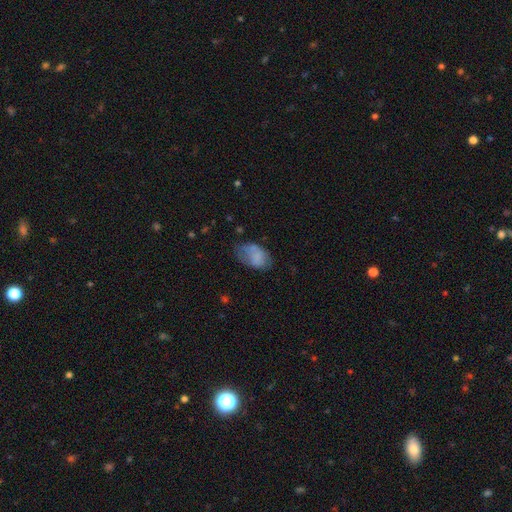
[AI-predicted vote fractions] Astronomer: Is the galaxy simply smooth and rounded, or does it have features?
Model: smooth — 73%.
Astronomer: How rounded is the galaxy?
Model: in between — 89%.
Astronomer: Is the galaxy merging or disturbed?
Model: none — 42% (runner-up: minor disturbance, 34%).